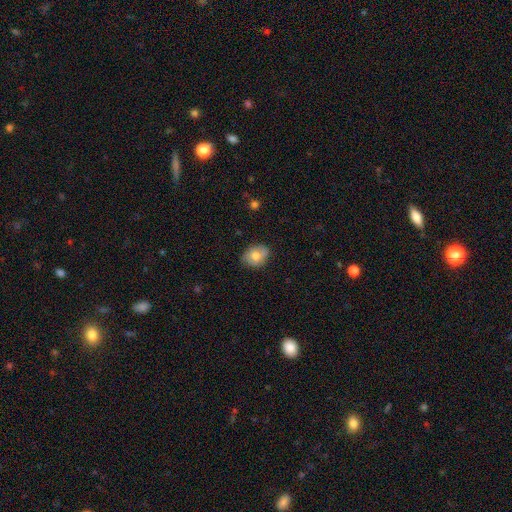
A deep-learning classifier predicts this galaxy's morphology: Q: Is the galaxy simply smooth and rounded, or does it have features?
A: smooth — 73%.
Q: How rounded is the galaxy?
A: in between — 61%.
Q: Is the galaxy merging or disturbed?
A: none — 76%.